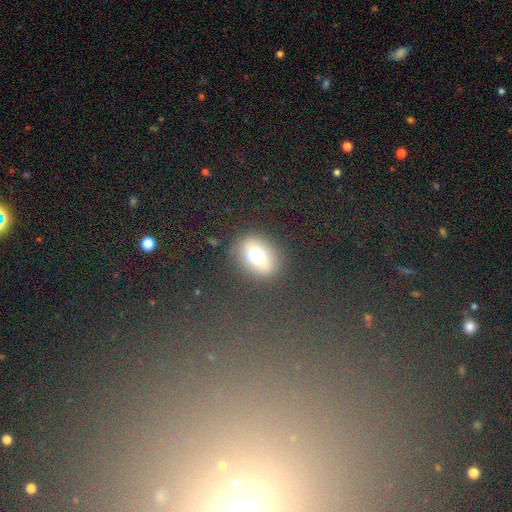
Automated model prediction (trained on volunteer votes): Smooth or featured?
  - smooth: 65% *
  - featured or disk: 22%
  - star or artifact: 14%
How rounded?
  - in between: 55% *
  - round: 42%
  - cigar-shaped: 3%
Merging?
  - none: 76% *
  - minor disturbance: 13%
  - major disturbance: 6%
  - merger: 4%